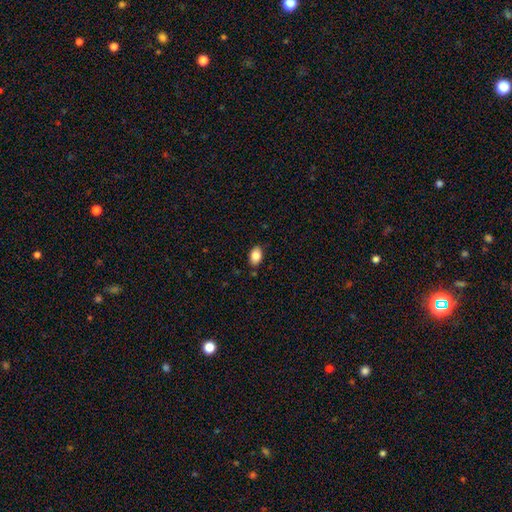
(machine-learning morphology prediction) Smooth or featured? smooth (85%)
How rounded? in between (88%)
Merging? none (86%)